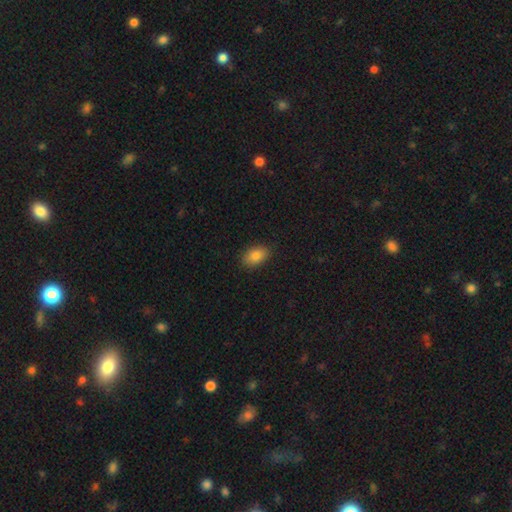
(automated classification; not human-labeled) Smooth or featured? Predicted: smooth (p=0.85). How rounded? Predicted: in between (p=0.88). Merging? Predicted: none (p=0.88).